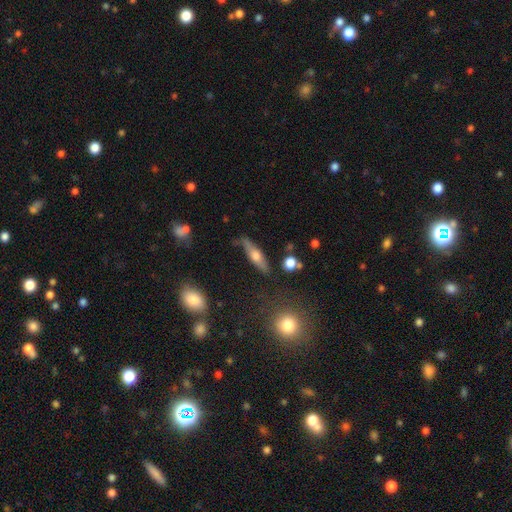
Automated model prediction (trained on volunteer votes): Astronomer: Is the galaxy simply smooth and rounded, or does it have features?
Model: featured or disk — 51% (runner-up: smooth, 41%).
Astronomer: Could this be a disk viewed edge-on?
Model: yes — 88%.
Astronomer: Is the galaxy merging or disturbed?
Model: none — 75%.